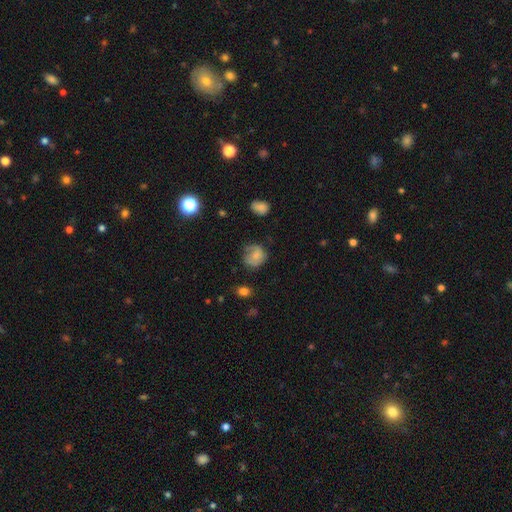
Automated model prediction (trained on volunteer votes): Q: Smooth or featured?
A: smooth (60%); runner-up: featured or disk (31%)
Q: How rounded?
A: round (71%); runner-up: in between (28%)
Q: Merging?
A: none (51%); runner-up: minor disturbance (29%)